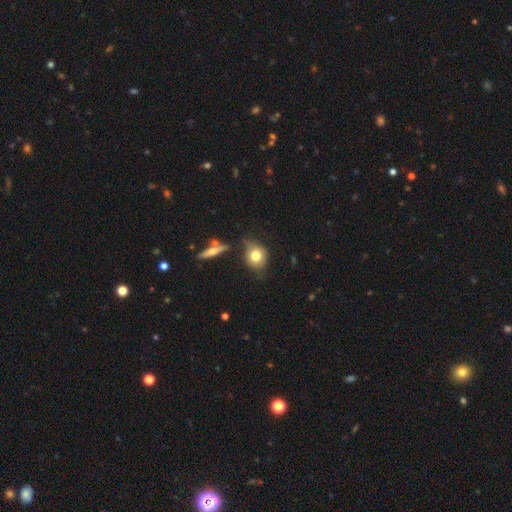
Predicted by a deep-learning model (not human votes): A smooth galaxy with no disk features (76%) that is round (68%).

Vote fractions:
- Smooth or featured? smooth: 76% / featured or disk: 15% / star or artifact: 9%
- How rounded? round: 68% / in between: 30% / cigar-shaped: 2%
- Merging? none: 64% / minor disturbance: 23% / merger: 7% / major disturbance: 6%